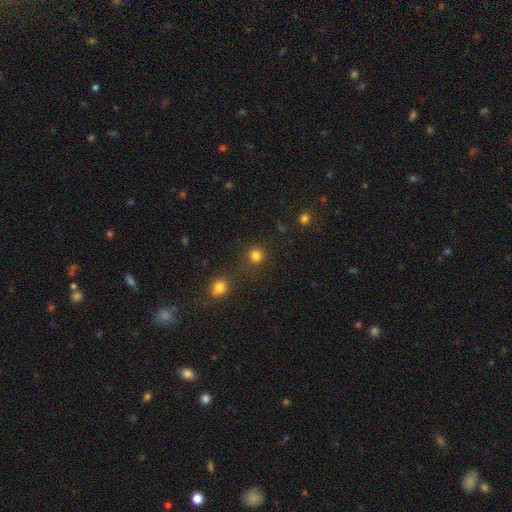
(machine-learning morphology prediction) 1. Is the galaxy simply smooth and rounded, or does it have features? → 80% smooth, 15% star or artifact, 4% featured or disk.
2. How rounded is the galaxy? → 92% round, 7% in between, 1% cigar-shaped.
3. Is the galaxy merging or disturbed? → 76% none, 12% merger, 8% minor disturbance, 4% major disturbance.